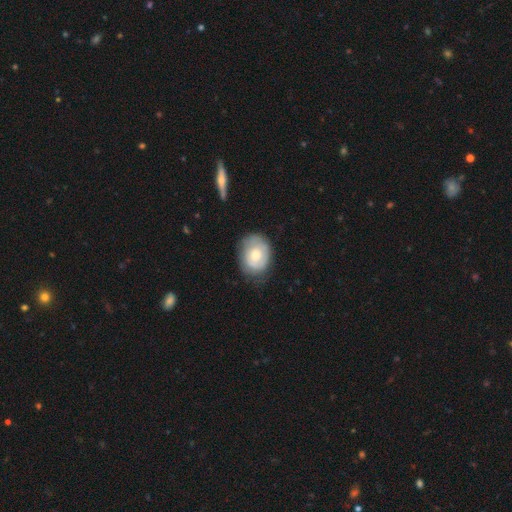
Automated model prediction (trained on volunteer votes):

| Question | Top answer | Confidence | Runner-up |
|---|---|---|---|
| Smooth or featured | smooth | 63% | featured or disk (31%) |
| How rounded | in between | 55% | round (44%) |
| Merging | none | 65% | minor disturbance (26%) |